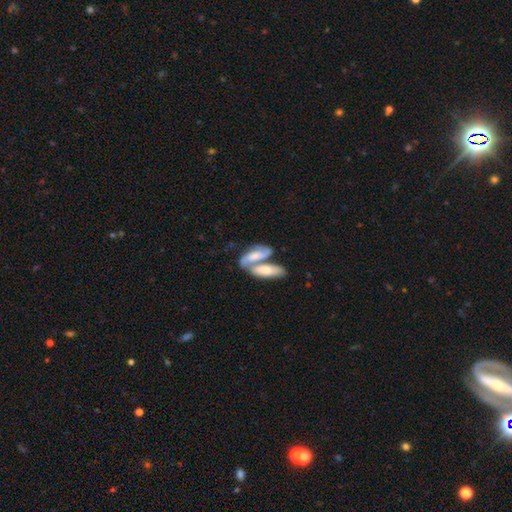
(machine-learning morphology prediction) The model was most divided on "smooth or featured": featured or disk: 48%, smooth: 46%, star or artifact: 6%. More confident: merging — merger (66%).